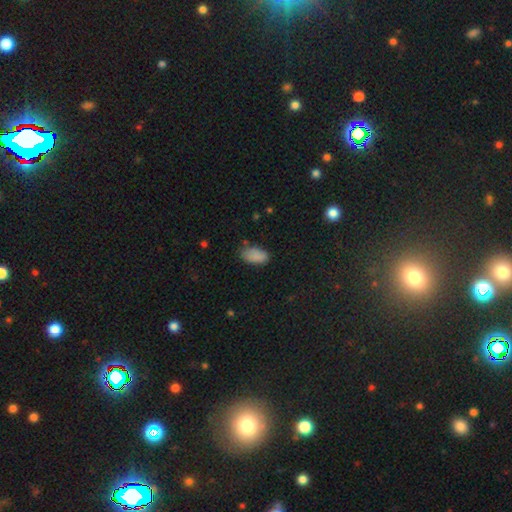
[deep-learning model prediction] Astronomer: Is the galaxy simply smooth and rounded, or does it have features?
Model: smooth — 87%.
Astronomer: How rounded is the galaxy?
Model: in between — 94%.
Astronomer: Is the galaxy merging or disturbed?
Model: none — 73%.